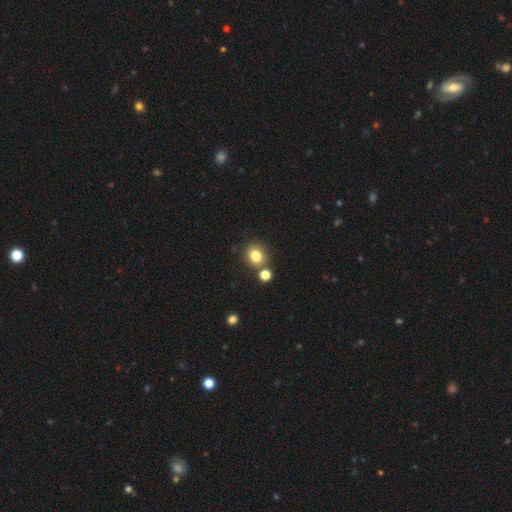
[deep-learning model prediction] smooth-or-featured: smooth: 81% | star or artifact: 13% | featured or disk: 7%
  how-rounded: round: 80% | in between: 19% | cigar-shaped: 1%
  merging: none: 76% | merger: 13% | minor disturbance: 9% | major disturbance: 3%